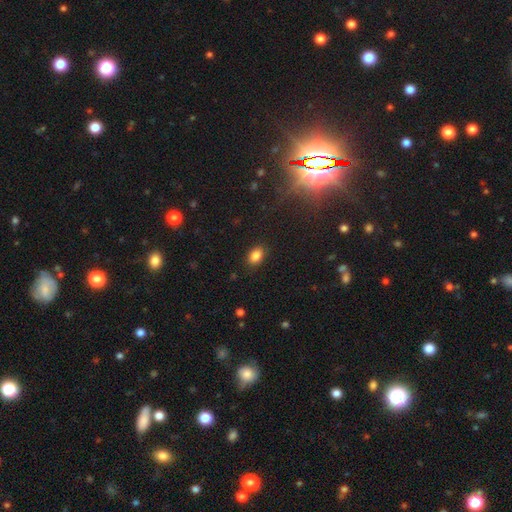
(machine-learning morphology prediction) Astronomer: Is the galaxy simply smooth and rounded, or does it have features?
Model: smooth — 85%.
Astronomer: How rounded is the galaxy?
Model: in between — 82%.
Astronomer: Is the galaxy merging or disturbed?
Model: none — 87%.